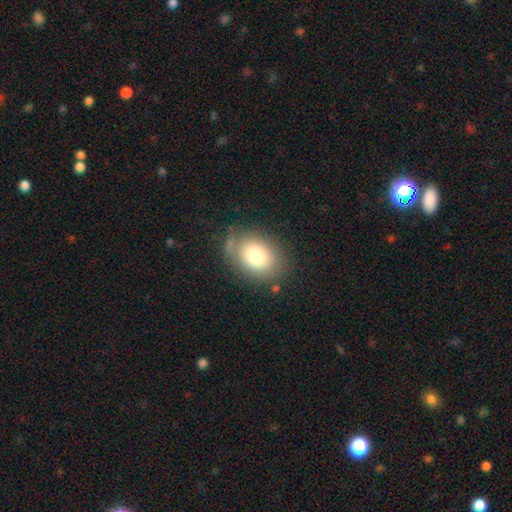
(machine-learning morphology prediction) A smooth galaxy with no disk features (78%) that is in between round and cigar-shaped (70%). Merging: none (73%).